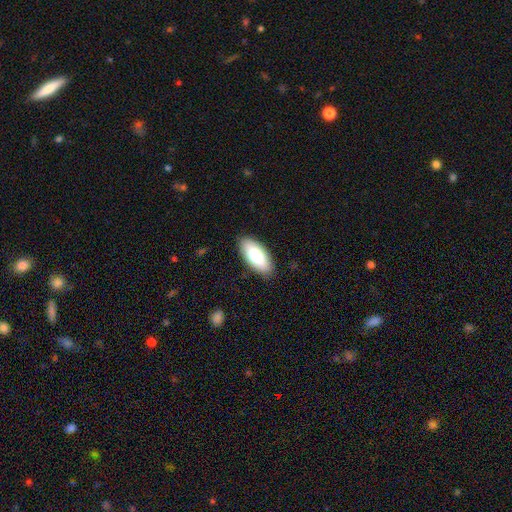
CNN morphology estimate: smooth-or-featured: smooth: 80% | featured or disk: 14% | star or artifact: 6%
  how-rounded: in between: 89% | cigar-shaped: 9% | round: 2%
  merging: none: 87% | minor disturbance: 10% | major disturbance: 2% | merger: 1%